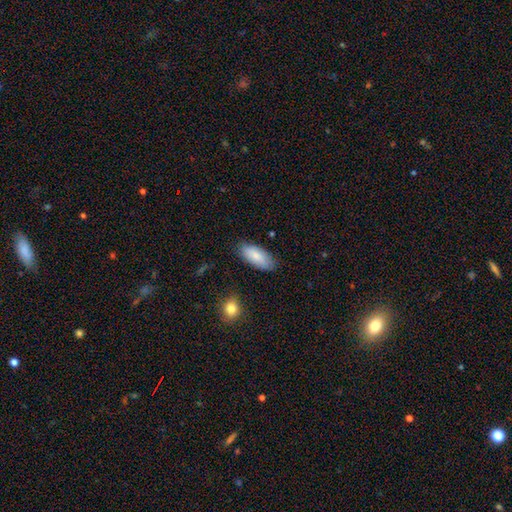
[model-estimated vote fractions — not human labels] Morphology: type=smooth (83%); roundness=in between (88%); merging=none (82%).